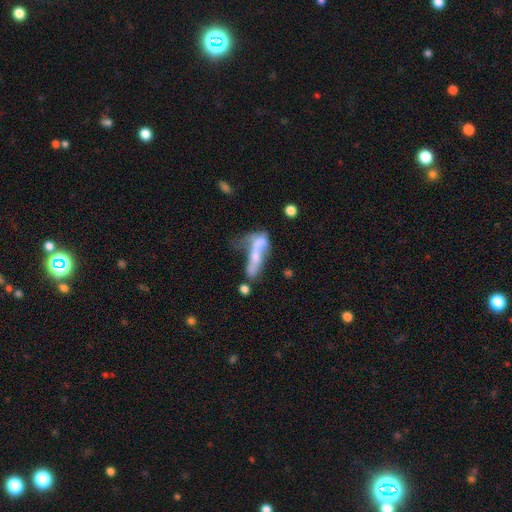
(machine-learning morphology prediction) The model was most divided on "smooth or featured": featured or disk: 45%, smooth: 44%, star or artifact: 11%. Remaining: merging — merger (49%).